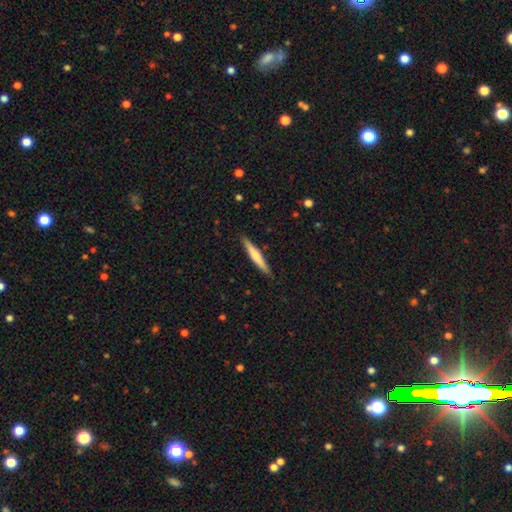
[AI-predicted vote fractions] smooth-or-featured: smooth: 52% | featured or disk: 43% | star or artifact: 5%
  how-rounded: cigar-shaped: 94% | in between: 5% | round: 1%
  merging: none: 90% | minor disturbance: 8% | major disturbance: 1% | merger: 1%